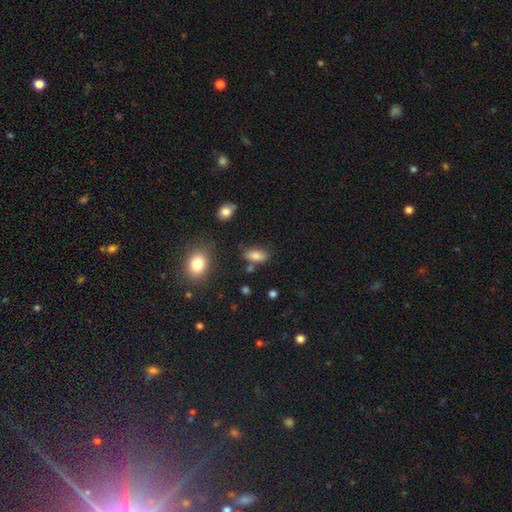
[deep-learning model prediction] smooth_or_featured: smooth (p=0.82) [alt: star or artifact p=0.09]
how_rounded: in between (p=0.89) [alt: cigar-shaped p=0.05]
merging: none (p=0.74) [alt: minor disturbance p=0.14]